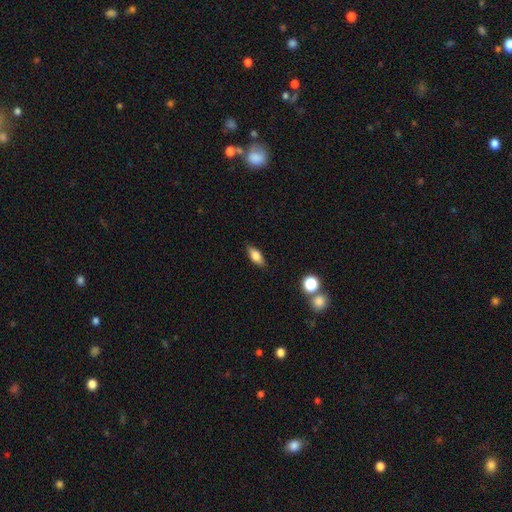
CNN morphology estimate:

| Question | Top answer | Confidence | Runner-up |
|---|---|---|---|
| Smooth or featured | smooth | 76% | featured or disk (16%) |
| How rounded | in between | 78% | cigar-shaped (17%) |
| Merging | none | 85% | minor disturbance (11%) |